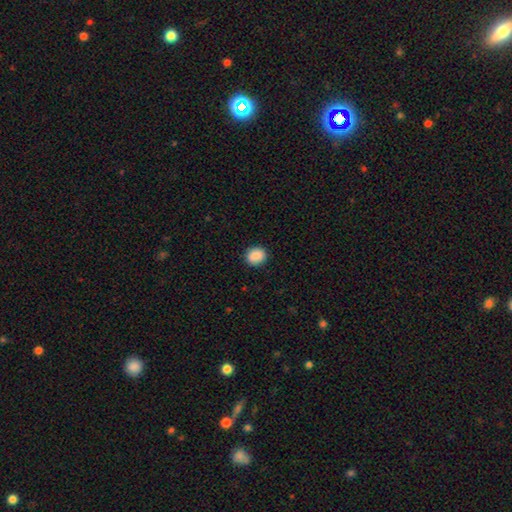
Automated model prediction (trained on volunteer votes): smooth-or-featured: smooth: 89% | star or artifact: 8% | featured or disk: 3%
  how-rounded: round: 72% | in between: 27% | cigar-shaped: 1%
  merging: none: 89% | minor disturbance: 8% | major disturbance: 2% | merger: 1%